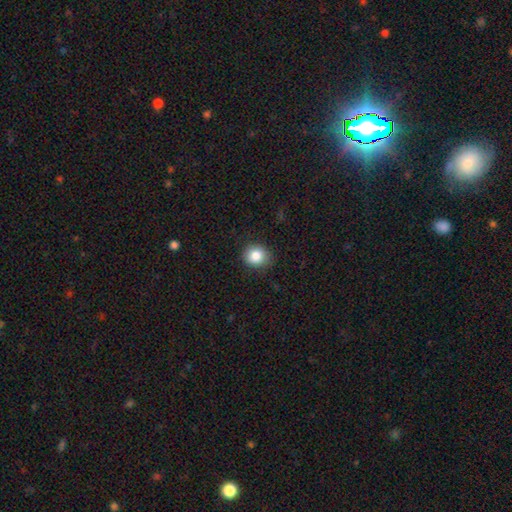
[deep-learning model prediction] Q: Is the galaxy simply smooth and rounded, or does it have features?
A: smooth — 85%.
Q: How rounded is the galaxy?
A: round — 80%.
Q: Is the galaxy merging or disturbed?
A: none — 86%.